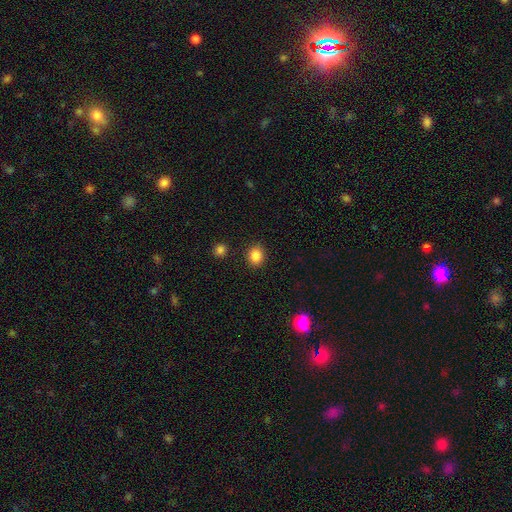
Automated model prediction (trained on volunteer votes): A smooth galaxy with no disk features (85%) that is round (71%). Merging: none (89%).